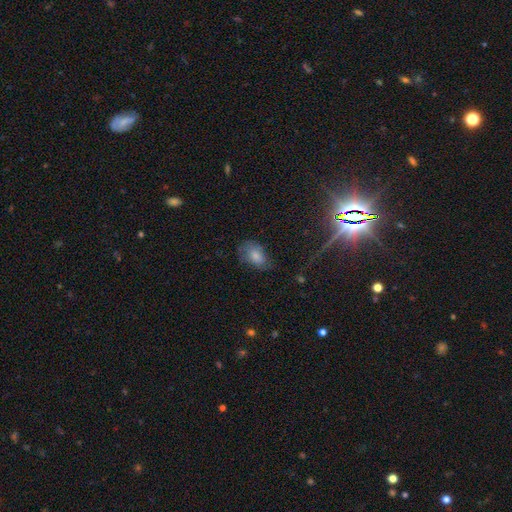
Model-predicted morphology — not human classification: Smooth or featured? Predicted: smooth (p=0.76). How rounded? Predicted: in between (p=0.90). Merging? Predicted: none (p=0.59).